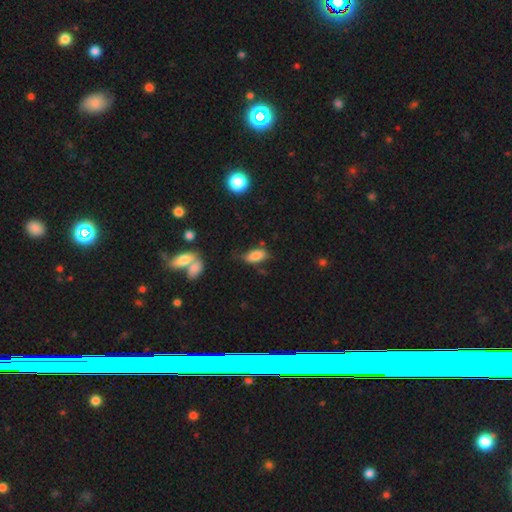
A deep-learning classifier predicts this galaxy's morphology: Smooth or featured? Predicted: smooth (p=0.82). How rounded? Predicted: in between (p=0.89). Merging? Predicted: none (p=0.57).